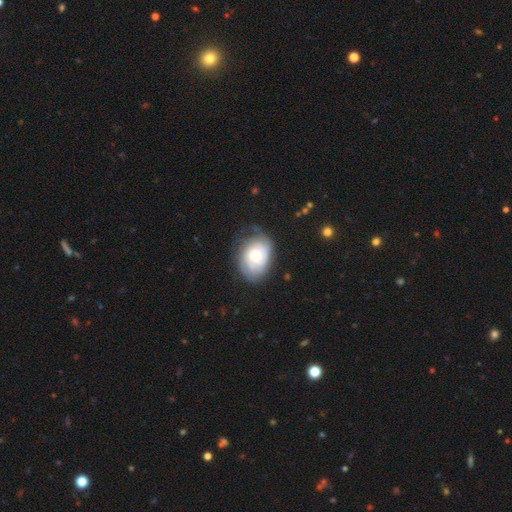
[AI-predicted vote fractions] featured or disk 55%, smooth 39%, star or artifact 7%. Down the decision tree: edge-on disk — no (95%); bar — no (80%); spiral arms — yes (75%); bulge size — moderate (67%); merging — none (65%).